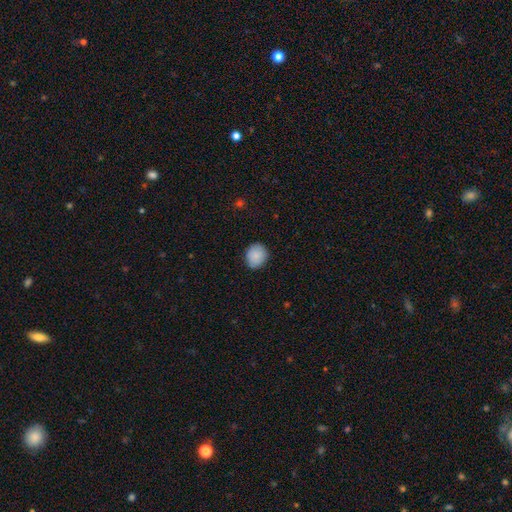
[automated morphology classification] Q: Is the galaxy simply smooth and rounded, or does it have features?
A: smooth — 87%.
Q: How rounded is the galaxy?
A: round — 74%.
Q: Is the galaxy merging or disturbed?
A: none — 86%.